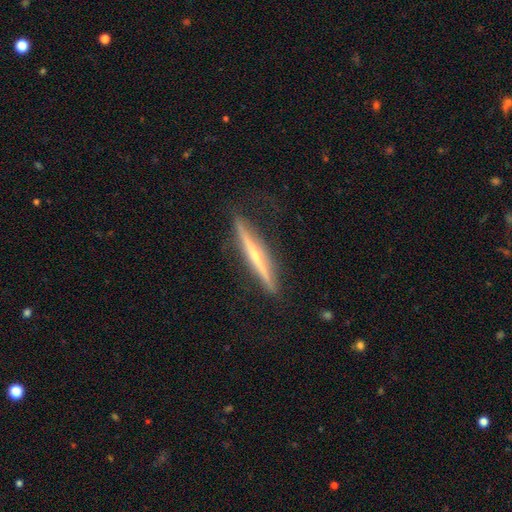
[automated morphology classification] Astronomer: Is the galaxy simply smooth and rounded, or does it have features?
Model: featured or disk — 77%.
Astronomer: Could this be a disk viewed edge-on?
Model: yes — 97%.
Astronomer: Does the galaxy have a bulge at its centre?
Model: rounded — 72%.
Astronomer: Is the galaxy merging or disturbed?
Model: none — 83%.